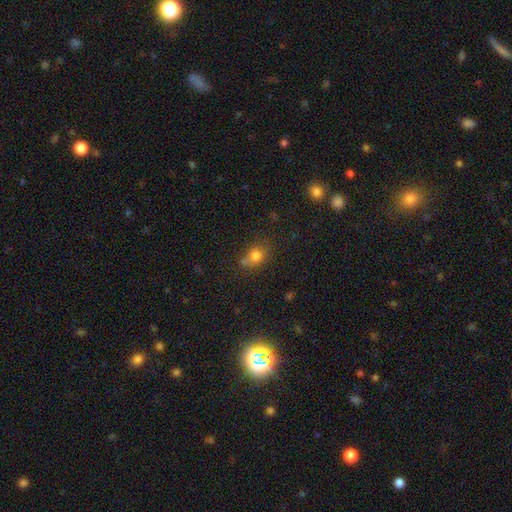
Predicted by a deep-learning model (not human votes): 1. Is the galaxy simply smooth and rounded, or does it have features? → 77% smooth, 13% star or artifact, 10% featured or disk.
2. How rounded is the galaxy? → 59% round, 40% in between, 1% cigar-shaped.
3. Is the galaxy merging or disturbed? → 51% none, 21% merger, 20% minor disturbance, 8% major disturbance.